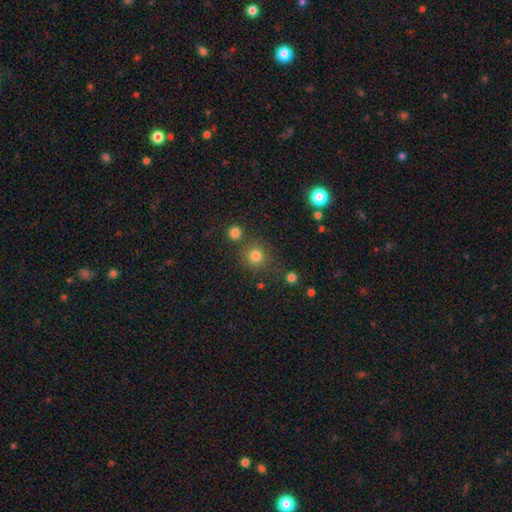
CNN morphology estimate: Smooth or featured: smooth — 79% (star or artifact — 15%)
How rounded: round — 91% (in between — 8%)
Merging: none — 75% (merger — 12%)